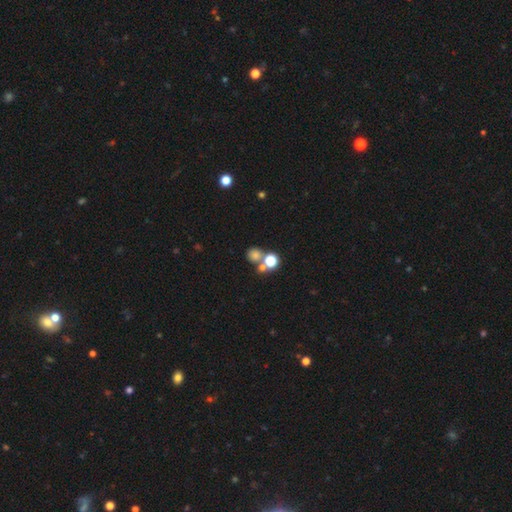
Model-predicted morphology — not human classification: smooth_or_featured: smooth (p=0.60) [alt: star or artifact p=0.29]
how_rounded: round (p=0.83) [alt: in between p=0.16]
merging: none (p=0.54) [alt: merger p=0.33]